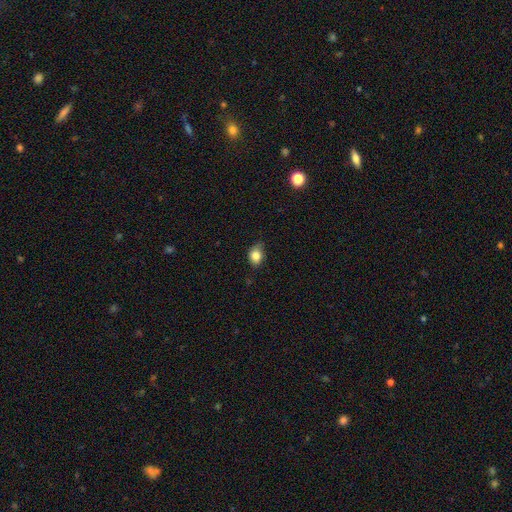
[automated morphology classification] smooth-or-featured: smooth: 83% | star or artifact: 9% | featured or disk: 7%
  how-rounded: in between: 58% | round: 41% | cigar-shaped: 1%
  merging: none: 63% | minor disturbance: 30% | major disturbance: 5% | merger: 1%